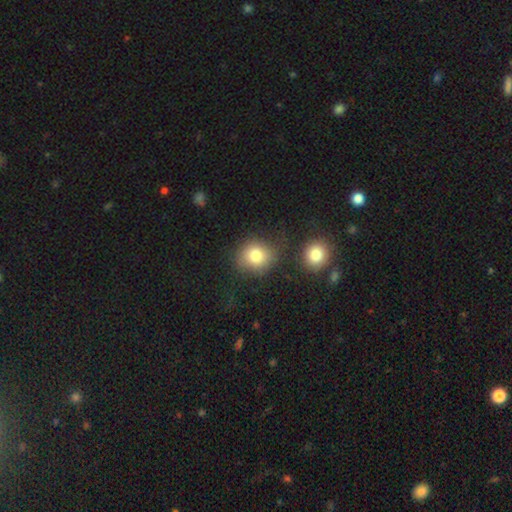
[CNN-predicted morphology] Smooth or featured? smooth (81%)
How rounded? round (78%)
Merging? none (68%)